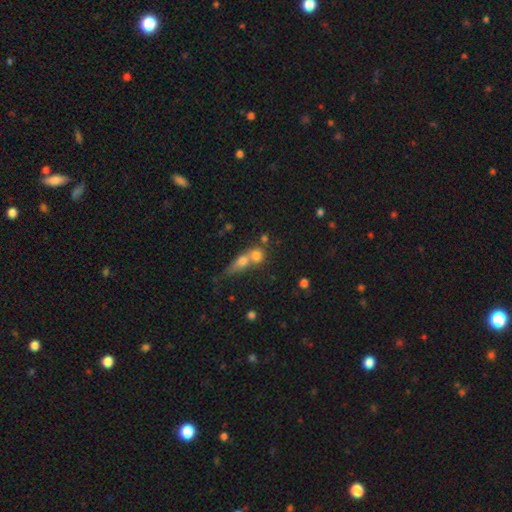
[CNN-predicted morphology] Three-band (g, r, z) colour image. It shows a smooth galaxy with no disk features (71%) that is round (61%). Merging: merger (59%).